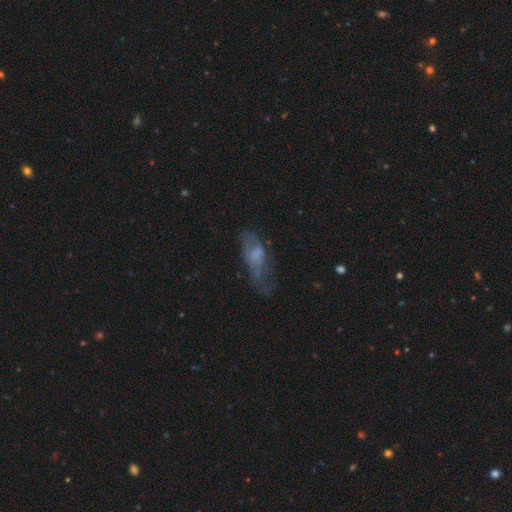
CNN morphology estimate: The model was most divided on "smooth or featured": smooth: 46%, featured or disk: 43%, star or artifact: 11%. Remaining: merging — none (39%).